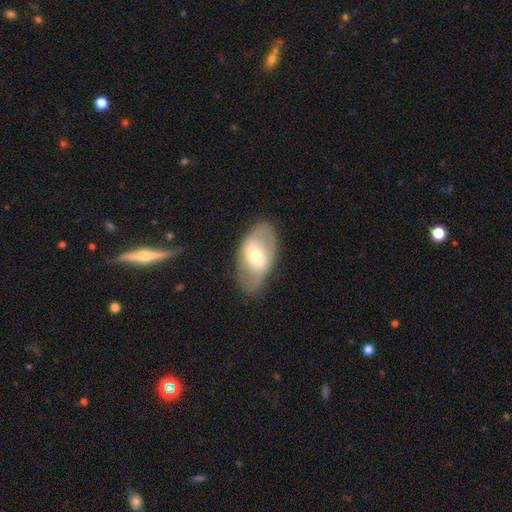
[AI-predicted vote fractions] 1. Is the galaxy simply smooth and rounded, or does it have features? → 57% featured or disk, 36% smooth, 6% star or artifact.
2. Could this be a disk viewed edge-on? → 90% no, 10% yes.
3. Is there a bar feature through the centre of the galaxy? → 39% strong, 38% weak, 24% no.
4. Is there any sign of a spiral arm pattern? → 62% no, 38% yes.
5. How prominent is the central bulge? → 55% moderate, 35% small, 8% large, 1% none, 1% dominant.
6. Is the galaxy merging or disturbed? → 75% none, 16% minor disturbance, 8% major disturbance, 1% merger.